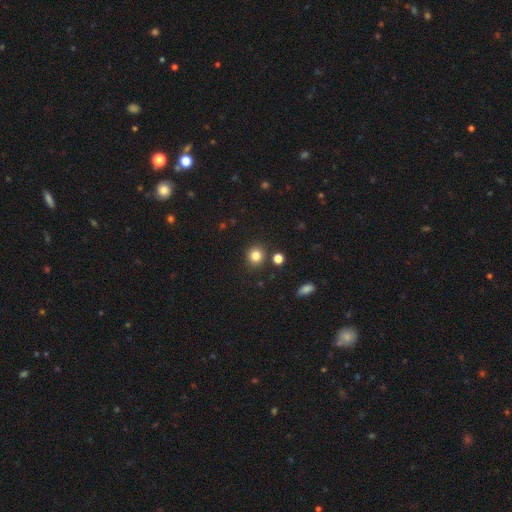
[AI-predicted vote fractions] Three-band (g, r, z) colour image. It shows a smooth galaxy with no disk features (82%) that is round (89%). Merging: none (86%).